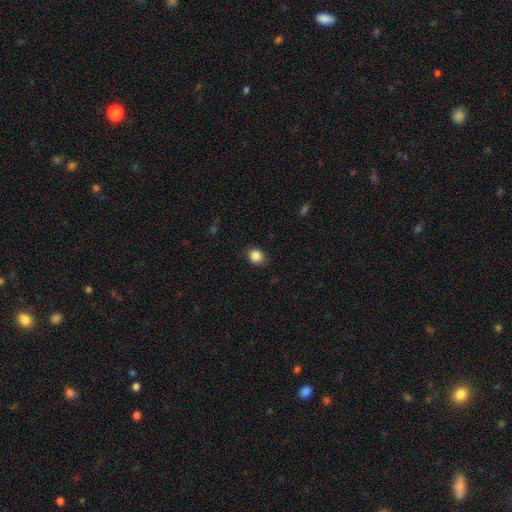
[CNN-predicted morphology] smooth_or_featured: smooth (p=0.87) [alt: star or artifact p=0.09]
how_rounded: round (p=0.67) [alt: in between p=0.32]
merging: none (p=0.86) [alt: minor disturbance p=0.10]